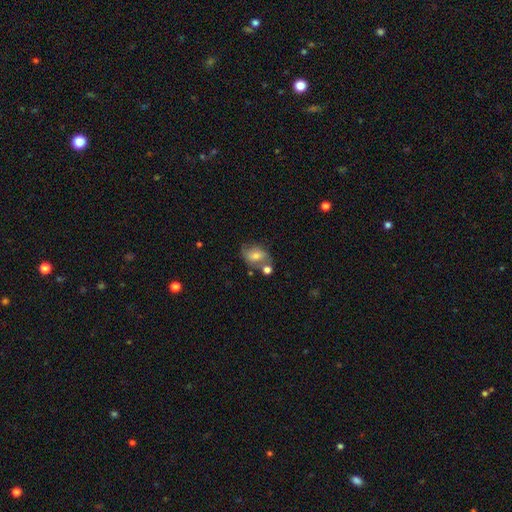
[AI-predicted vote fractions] Smooth or featured?
  - smooth: 56% *
  - featured or disk: 35%
  - star or artifact: 10%
How rounded?
  - in between: 70% *
  - round: 28%
  - cigar-shaped: 2%
Merging?
  - none: 52% *
  - merger: 21%
  - minor disturbance: 20%
  - major disturbance: 7%